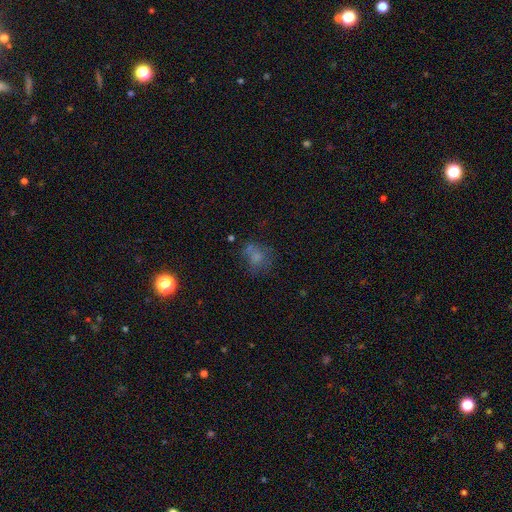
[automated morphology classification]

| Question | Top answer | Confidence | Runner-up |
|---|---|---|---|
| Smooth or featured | smooth | 65% | featured or disk (18%) |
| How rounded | round | 67% | in between (32%) |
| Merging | none | 48% | minor disturbance (19%) |